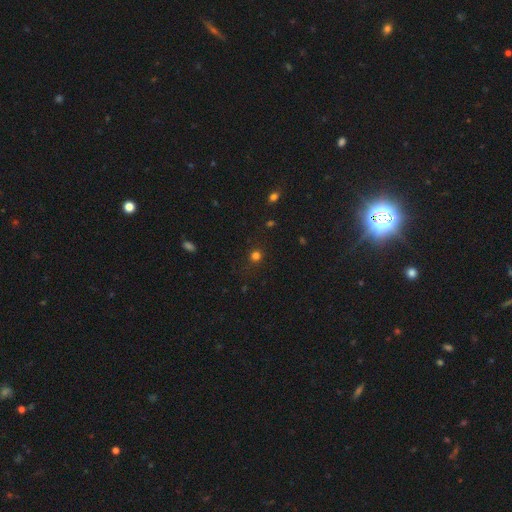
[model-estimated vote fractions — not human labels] A smooth galaxy with no disk features (75%) that is round (91%).

Vote fractions:
- Smooth or featured? smooth: 75% / star or artifact: 21% / featured or disk: 5%
- How rounded? round: 91% / in between: 8% / cigar-shaped: 1%
- Merging? none: 86% / minor disturbance: 9% / major disturbance: 4% / merger: 2%